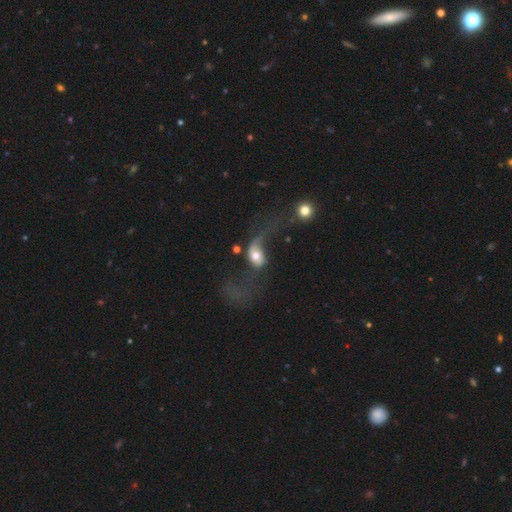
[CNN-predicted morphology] type=featured or disk (52%); edge-on=no (94%); merging=major disturbance (54%).